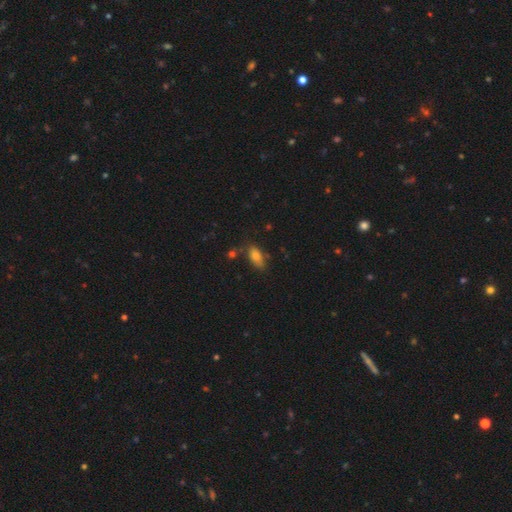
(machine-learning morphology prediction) type=smooth (78%); roundness=in between (87%); merging=none (65%).